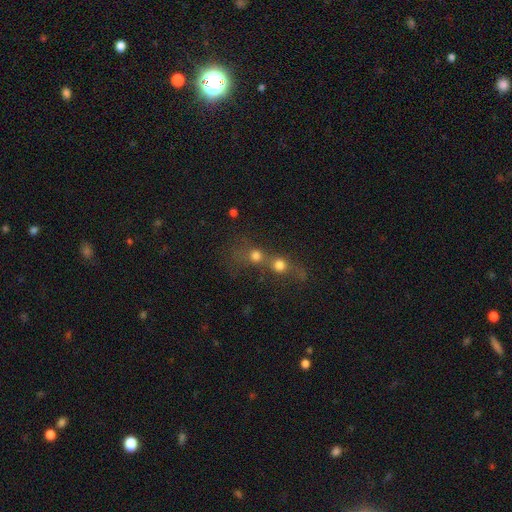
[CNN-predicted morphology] This is likely a smooth galaxy (67%). How rounded: clearly round (82%). Merging: likely merger (63%).